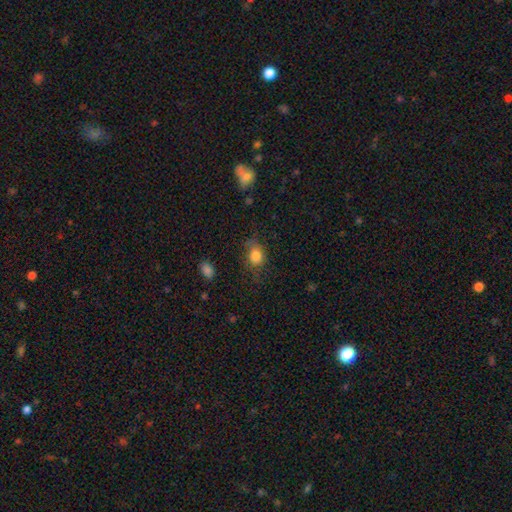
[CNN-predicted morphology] smooth_or_featured: smooth (p=0.82) [alt: star or artifact p=0.10]
how_rounded: in between (p=0.56) [alt: round p=0.42]
merging: none (p=0.59) [alt: minor disturbance p=0.26]